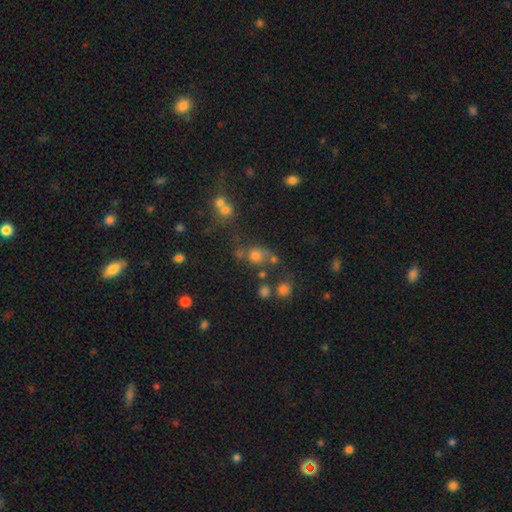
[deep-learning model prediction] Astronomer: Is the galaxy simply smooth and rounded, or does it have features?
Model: smooth — 67%.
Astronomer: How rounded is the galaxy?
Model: round — 77%.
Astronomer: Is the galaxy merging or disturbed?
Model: none — 53%.